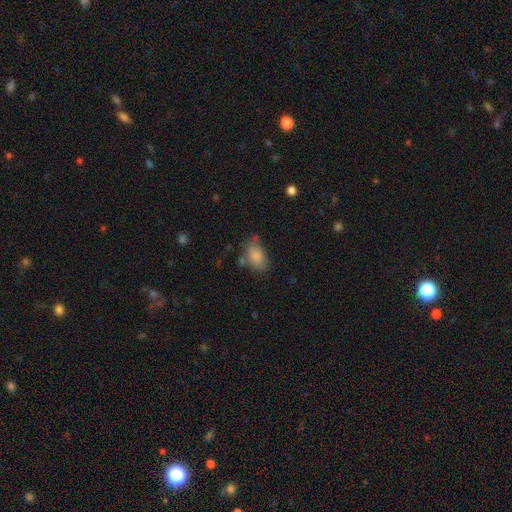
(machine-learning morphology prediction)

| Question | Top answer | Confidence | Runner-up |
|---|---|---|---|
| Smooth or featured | smooth | 84% | featured or disk (8%) |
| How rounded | in between | 88% | round (10%) |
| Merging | none | 61% | minor disturbance (23%) |